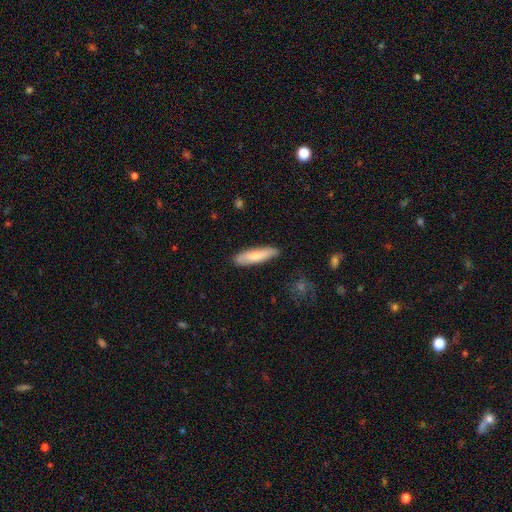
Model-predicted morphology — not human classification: This is likely a smooth galaxy (75%). How rounded: likely cigar-shaped (70%). Merging: clearly none (85%).